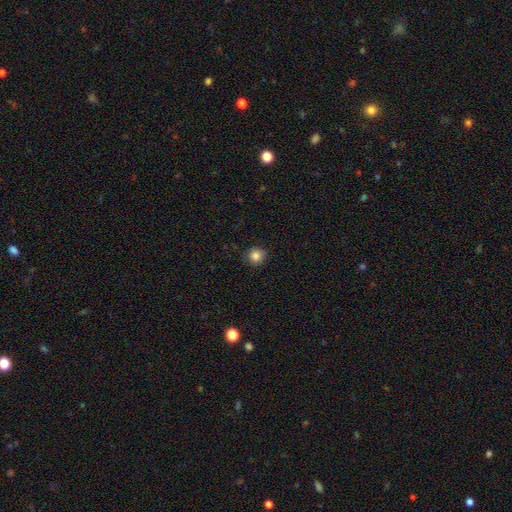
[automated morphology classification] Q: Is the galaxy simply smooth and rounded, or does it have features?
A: smooth — 85%.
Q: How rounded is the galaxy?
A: round — 87%.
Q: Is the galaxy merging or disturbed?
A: none — 85%.